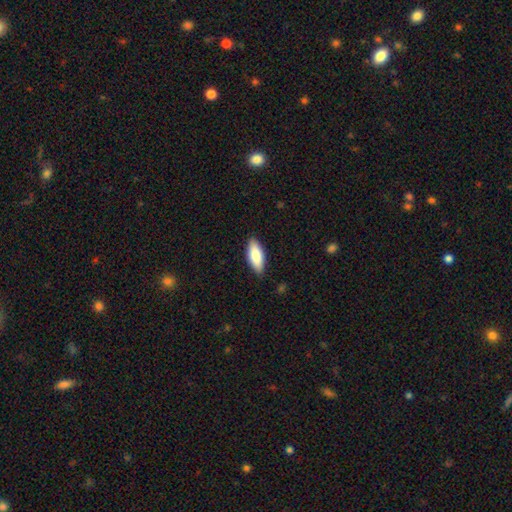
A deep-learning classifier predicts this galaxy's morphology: Overall: smooth (83%). How rounded: in between (77%). Merging: none (87%).